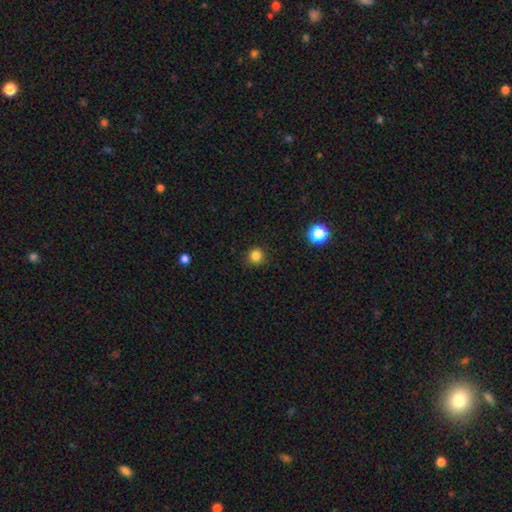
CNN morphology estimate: Smooth or featured? smooth (83%)
How rounded? round (94%)
Merging? none (90%)